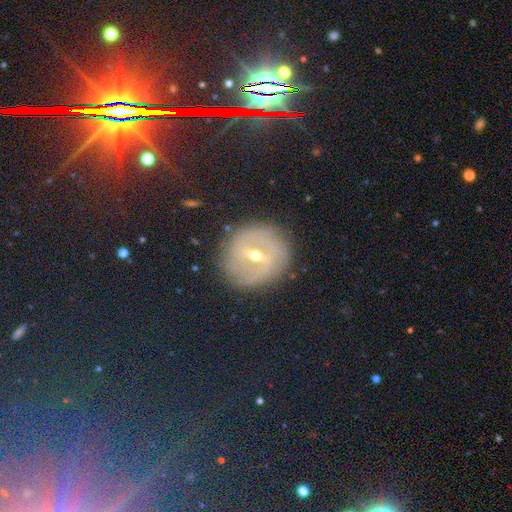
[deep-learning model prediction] Overall: featured or disk (74%). Edge-on disk: no (91%). Bar: weak (46%; strong 40%). Spiral arms: yes (78%). Spiral arm count: 2 (39%; can't tell 35%). Spiral winding: tight (62%; medium 26%). Bulge size: moderate (55%; small 42%). Merging: none (83%).